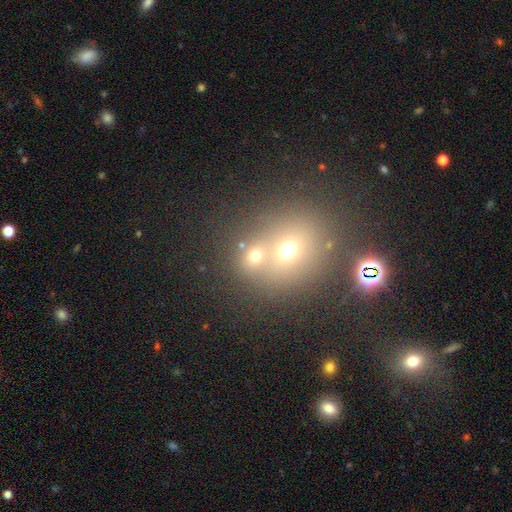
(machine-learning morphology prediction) smooth-or-featured: smooth: 63% | star or artifact: 23% | featured or disk: 14%
  how-rounded: round: 75% | in between: 24% | cigar-shaped: 1%
  merging: merger: 49% | none: 41% | minor disturbance: 6% | major disturbance: 4%